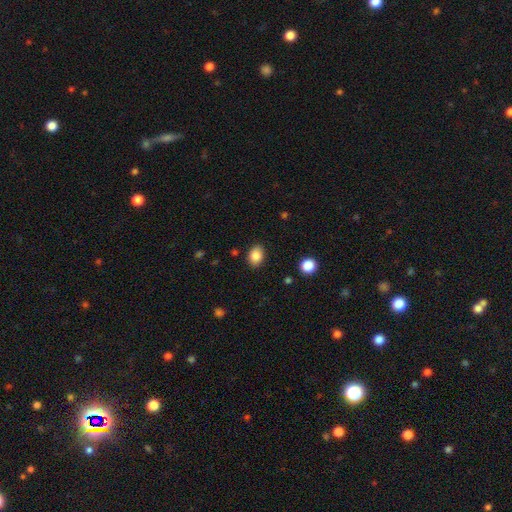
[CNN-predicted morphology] Smooth or featured: smooth — 86% (star or artifact — 8%)
How rounded: in between — 75% (round — 24%)
Merging: none — 86% (minor disturbance — 10%)